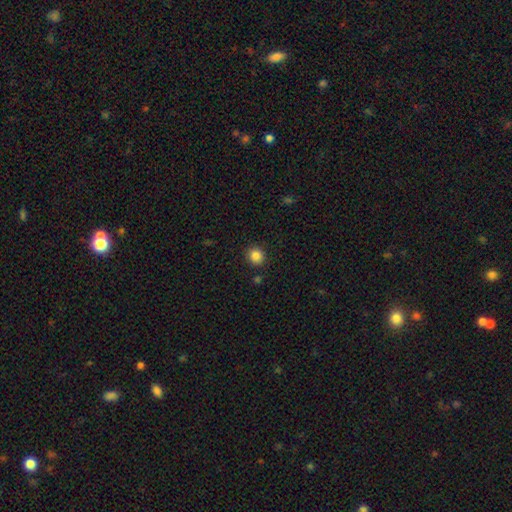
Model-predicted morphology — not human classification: smooth 85%, star or artifact 10%, featured or disk 4%. Down the decision tree: how rounded — round (86%); merging — none (90%).